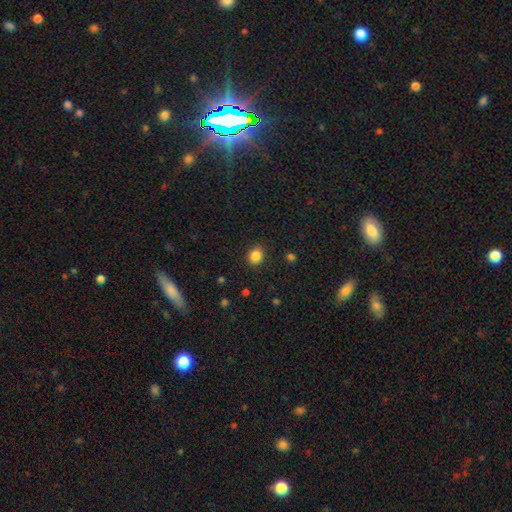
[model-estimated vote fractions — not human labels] Smooth or featured? Predicted: smooth (p=0.85). How rounded? Predicted: round (p=0.61). Merging? Predicted: none (p=0.87).